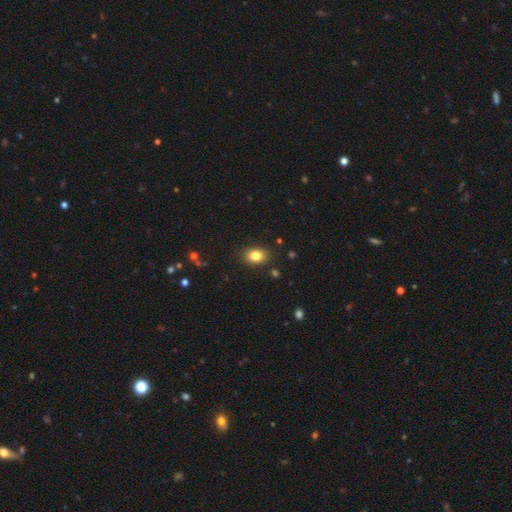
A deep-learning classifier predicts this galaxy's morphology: smooth 83%, star or artifact 10%, featured or disk 8%. Down the decision tree: how rounded — in between (78%); merging — none (86%).